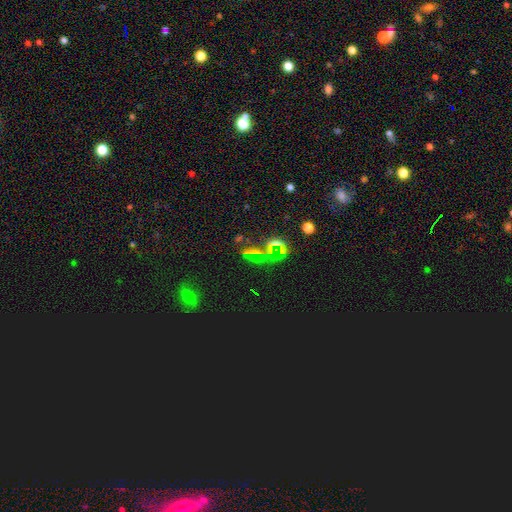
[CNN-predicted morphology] This is likely a star or artifact rather than a galaxy (69%).